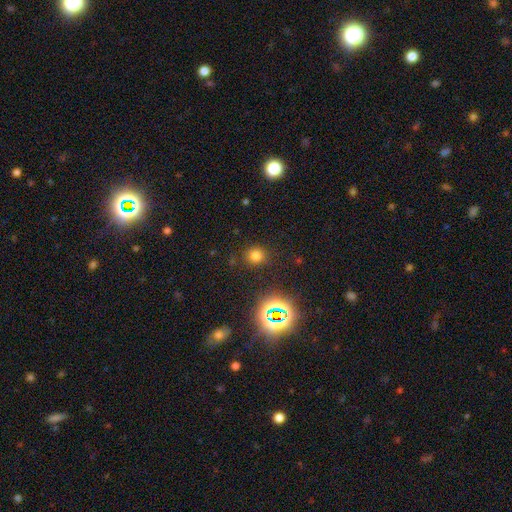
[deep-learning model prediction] smooth_or_featured: smooth (p=0.70) [alt: star or artifact p=0.24]
how_rounded: round (p=0.89) [alt: in between p=0.10]
merging: none (p=0.86) [alt: minor disturbance p=0.08]